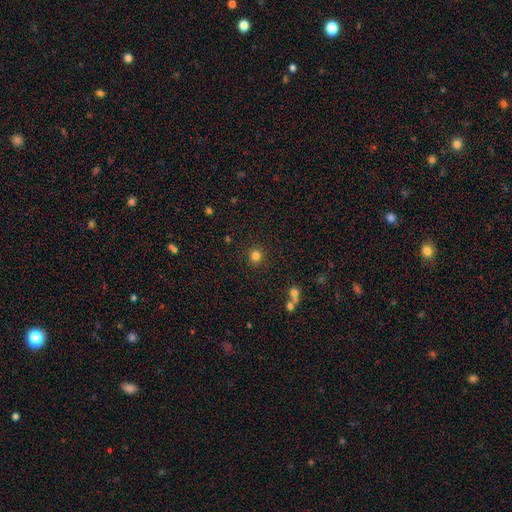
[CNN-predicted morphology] smooth 81%, star or artifact 14%, featured or disk 5%. Down the decision tree: how rounded — round (93%); merging — none (90%).